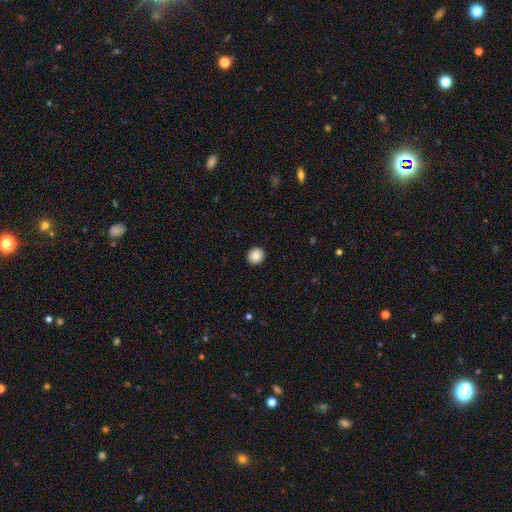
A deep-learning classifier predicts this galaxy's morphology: smooth-or-featured: smooth: 87% | star or artifact: 9% | featured or disk: 4%
  how-rounded: round: 90% | in between: 9% | cigar-shaped: 1%
  merging: none: 93% | minor disturbance: 5% | major disturbance: 2% | merger: 1%